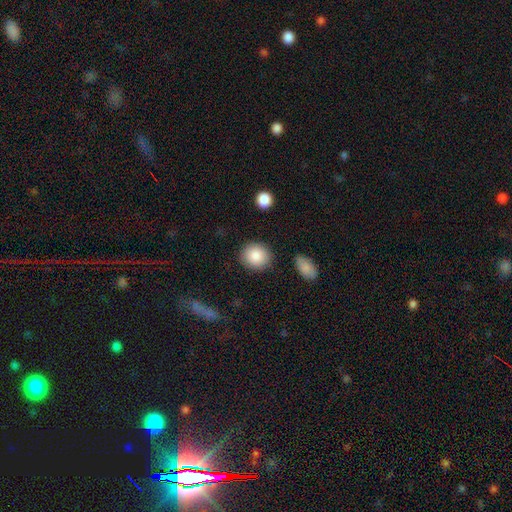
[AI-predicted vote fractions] A smooth galaxy with no disk features (87%) that is round (82%).

Vote fractions:
- Smooth or featured? smooth: 87% / star or artifact: 7% / featured or disk: 6%
- How rounded? round: 82% / in between: 17% / cigar-shaped: 1%
- Merging? none: 85% / minor disturbance: 9% / merger: 3% / major disturbance: 3%